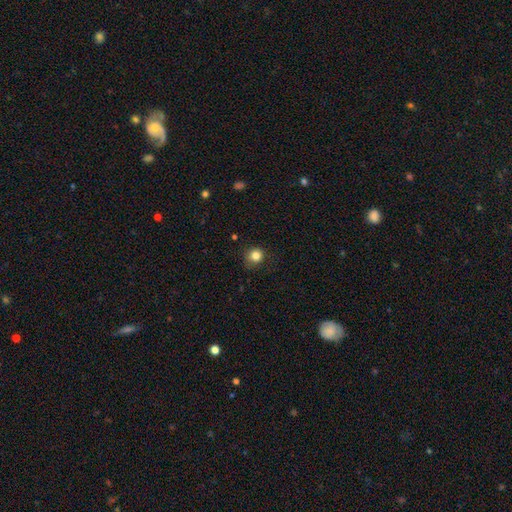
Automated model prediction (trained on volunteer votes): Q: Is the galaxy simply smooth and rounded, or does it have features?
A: smooth — 83%.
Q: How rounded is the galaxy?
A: round — 88%.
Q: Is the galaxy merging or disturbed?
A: none — 79%.